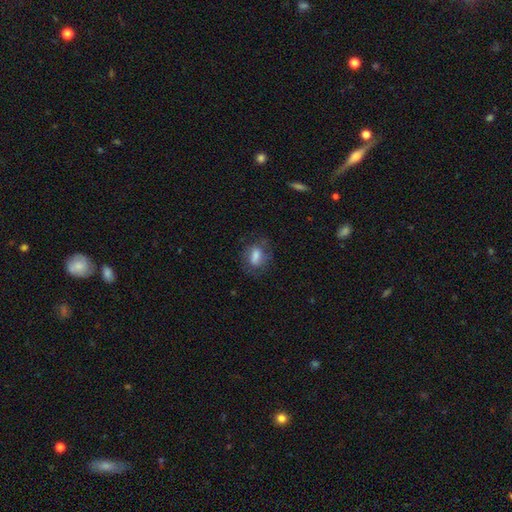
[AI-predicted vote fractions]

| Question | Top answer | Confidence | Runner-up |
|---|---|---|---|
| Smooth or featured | smooth | 66% | featured or disk (25%) |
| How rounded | in between | 76% | round (20%) |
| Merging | none | 68% | minor disturbance (20%) |